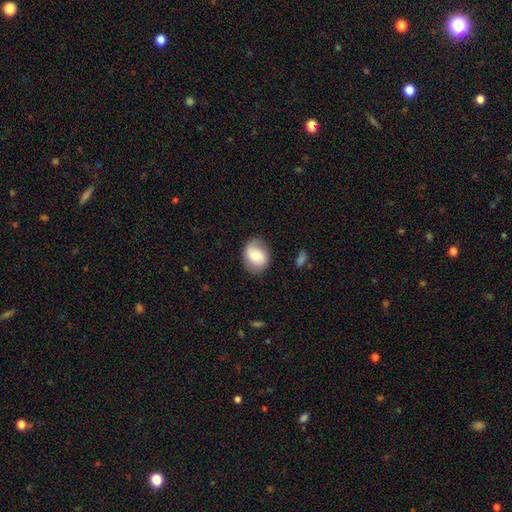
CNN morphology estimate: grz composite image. It shows a smooth galaxy with no disk features (58%) that is round (55%). Merging: none (79%).